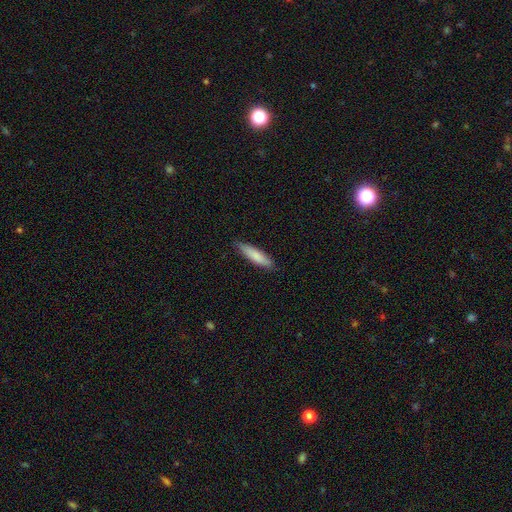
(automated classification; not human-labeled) Smooth or featured? Predicted: smooth (p=0.83). How rounded? Predicted: cigar-shaped (p=0.78). Merging? Predicted: none (p=0.85).